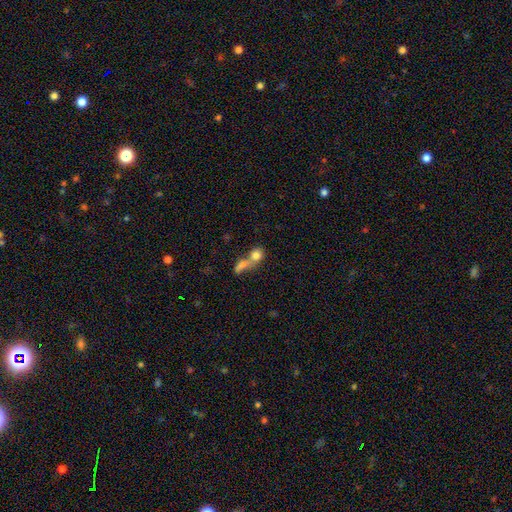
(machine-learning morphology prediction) This appears to be a smooth galaxy with no disk features (75%) that is round (66%). Merging: merger (65%).